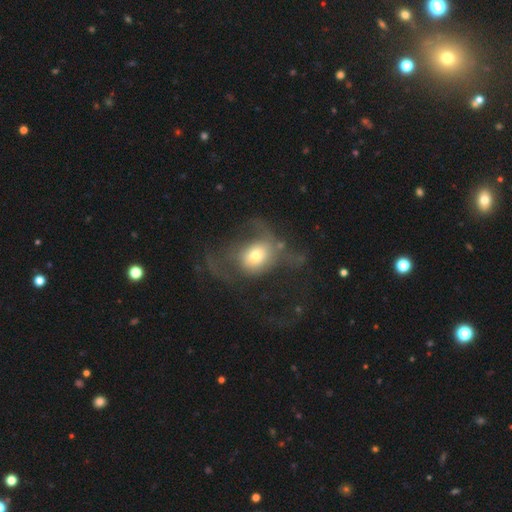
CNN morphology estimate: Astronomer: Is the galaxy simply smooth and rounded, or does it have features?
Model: smooth — 53% (runner-up: featured or disk, 37%).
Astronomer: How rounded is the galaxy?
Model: round — 58% (runner-up: in between, 40%).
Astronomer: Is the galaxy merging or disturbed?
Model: major disturbance — 59%.